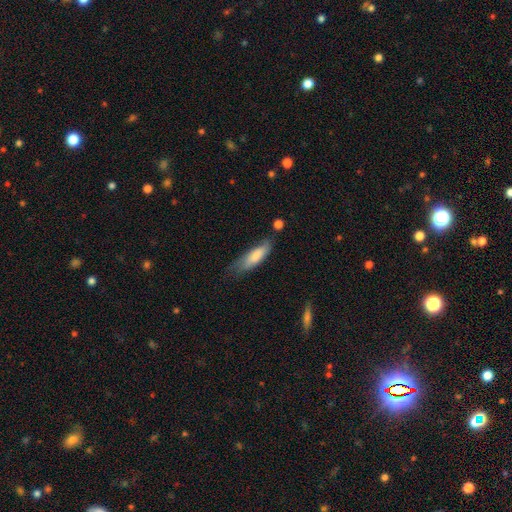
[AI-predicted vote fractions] Smooth or featured: smooth — 77% (featured or disk — 17%)
How rounded: cigar-shaped — 49% (tied with in between — 49%)
Merging: none — 53% (minor disturbance — 32%)